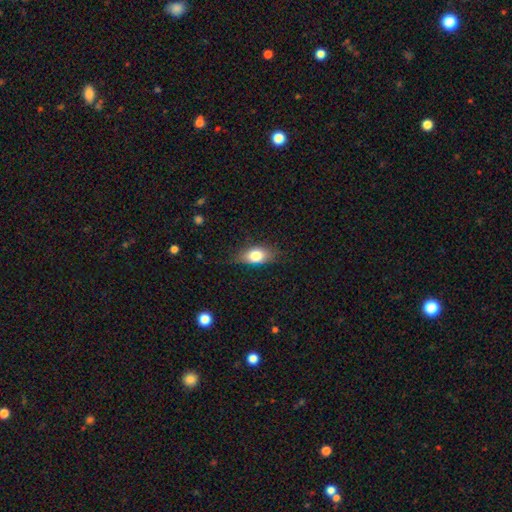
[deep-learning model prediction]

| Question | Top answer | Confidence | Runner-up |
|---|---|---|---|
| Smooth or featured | smooth | 74% | featured or disk (17%) |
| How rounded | in between | 81% | round (12%) |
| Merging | none | 72% | minor disturbance (22%) |